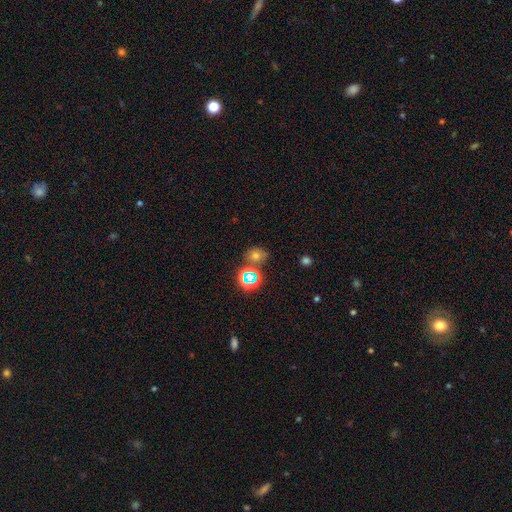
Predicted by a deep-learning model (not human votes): smooth 50%, star or artifact 37%, featured or disk 13%. Down the decision tree: merging — none (66%).